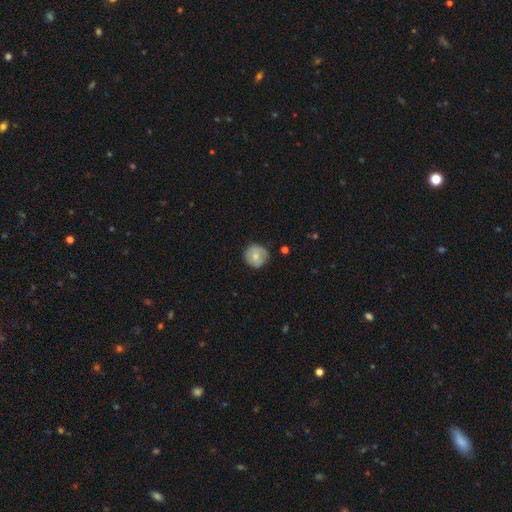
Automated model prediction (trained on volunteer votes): Smooth or featured? Predicted: smooth (p=0.66). How rounded? Predicted: round (p=0.91). Merging? Predicted: none (p=0.72).